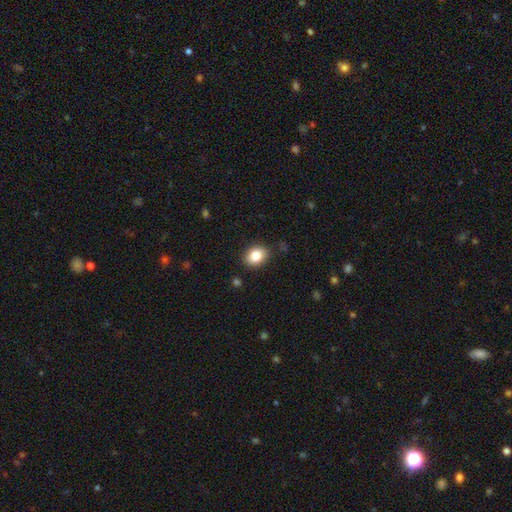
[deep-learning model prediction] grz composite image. It shows a smooth galaxy with no disk features (83%) that is in between round and cigar-shaped (60%). Merging: none (87%).